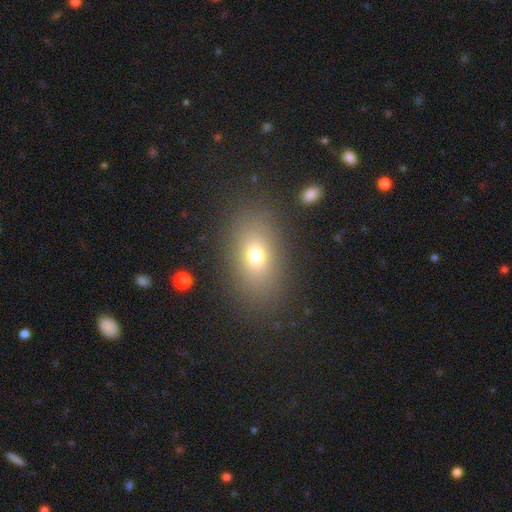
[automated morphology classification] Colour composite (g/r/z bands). It shows a smooth galaxy with no disk features (70%) that is in between round and cigar-shaped (81%). Merging: none (84%).